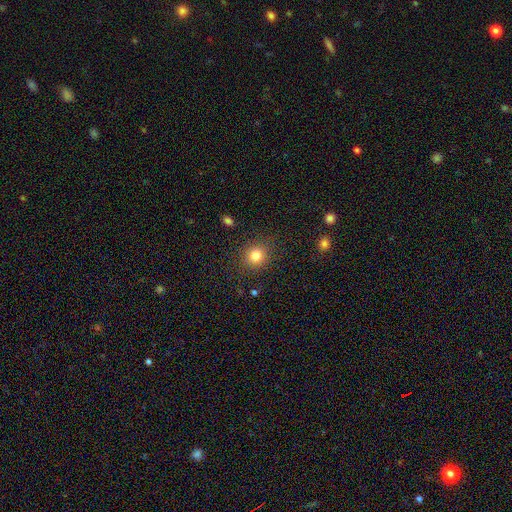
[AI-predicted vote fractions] smooth-or-featured: smooth: 82% | star or artifact: 12% | featured or disk: 6%
  how-rounded: round: 84% | in between: 15% | cigar-shaped: 1%
  merging: none: 87% | minor disturbance: 9% | major disturbance: 3% | merger: 2%